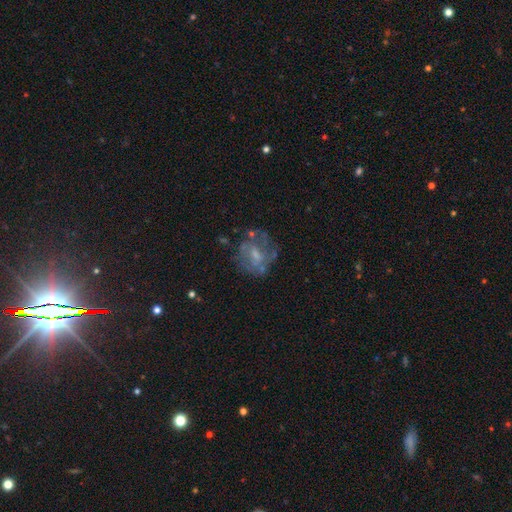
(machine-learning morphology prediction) This appears to be a featured or disk galaxy (61%) with no bar (50%), no spiral arms (57%) and a small central bulge (38%, tied with moderate). Merging: none (57%).